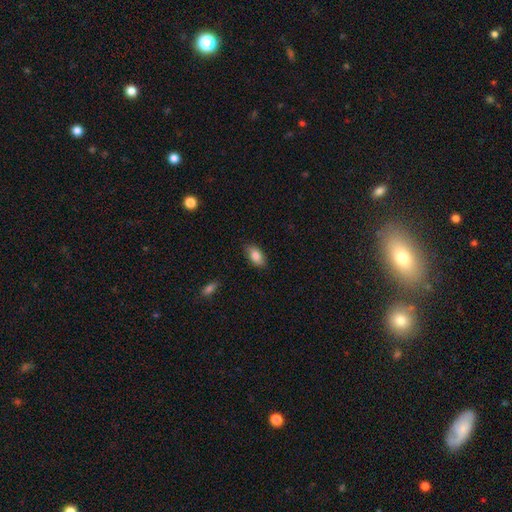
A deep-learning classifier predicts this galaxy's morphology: Smooth or featured? Predicted: smooth (p=0.84). How rounded? Predicted: in between (p=0.91). Merging? Predicted: none (p=0.85).